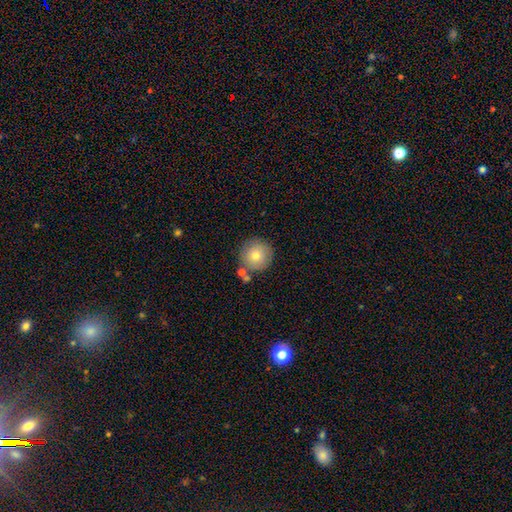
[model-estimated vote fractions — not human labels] A smooth galaxy with no disk features (77%) that is round (94%).

Vote fractions:
- Smooth or featured? smooth: 77% / featured or disk: 15% / star or artifact: 8%
- How rounded? round: 94% / in between: 5% / cigar-shaped: 1%
- Merging? none: 76% / minor disturbance: 11% / merger: 10% / major disturbance: 3%